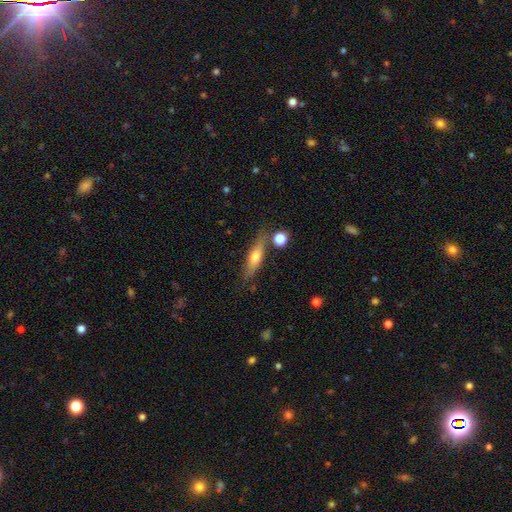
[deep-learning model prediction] smooth_or_featured: smooth (p=0.49) [alt: featured or disk p=0.43]
merging: none (p=0.73) [alt: minor disturbance p=0.15]